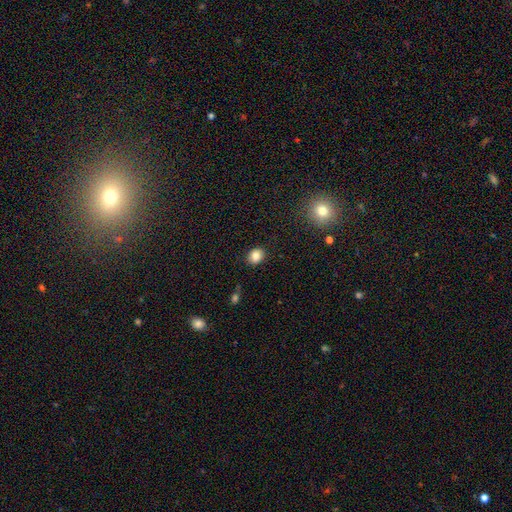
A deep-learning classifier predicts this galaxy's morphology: This appears to be a smooth galaxy with no disk features (84%) that is round (62%). Merging: none (88%).